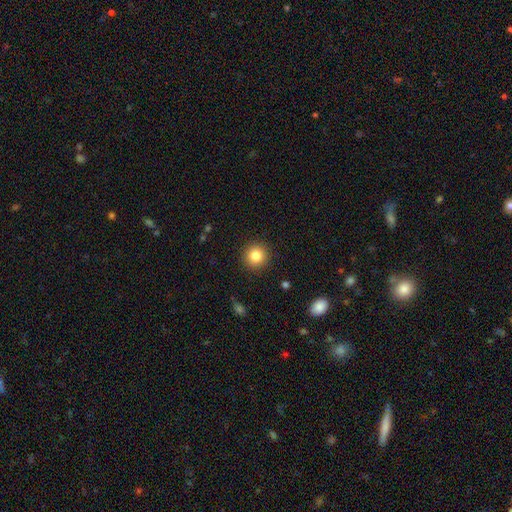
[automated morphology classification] Overall: smooth (83%). How rounded: round (95%). Merging: none (91%).